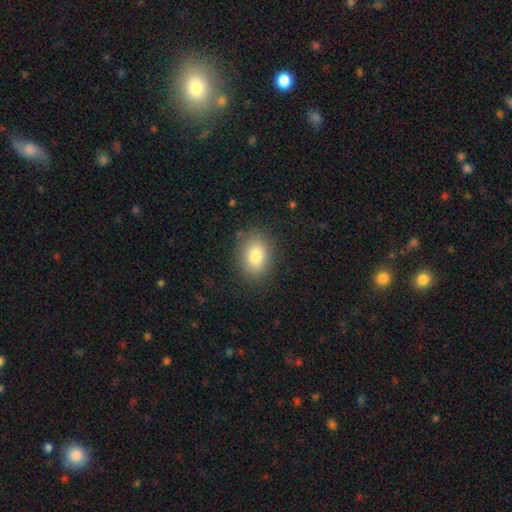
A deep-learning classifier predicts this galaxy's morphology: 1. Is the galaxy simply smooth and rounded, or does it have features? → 82% smooth, 9% star or artifact, 9% featured or disk.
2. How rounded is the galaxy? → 72% in between, 27% round, 1% cigar-shaped.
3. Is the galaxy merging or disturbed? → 85% none, 11% minor disturbance, 4% major disturbance, 1% merger.